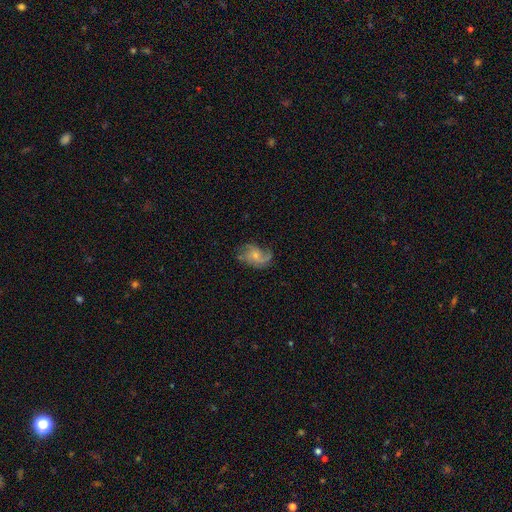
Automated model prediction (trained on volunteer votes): Overall: featured or disk (72%). Edge-on disk: no (98%). Bar: no (72%). Spiral arms: yes (92%). Spiral arm count: 2 (44%; 3 17%). Spiral winding: loose (50%; medium 37%). Bulge size: small (66%). Merging: none (55%; minor disturbance 24%).